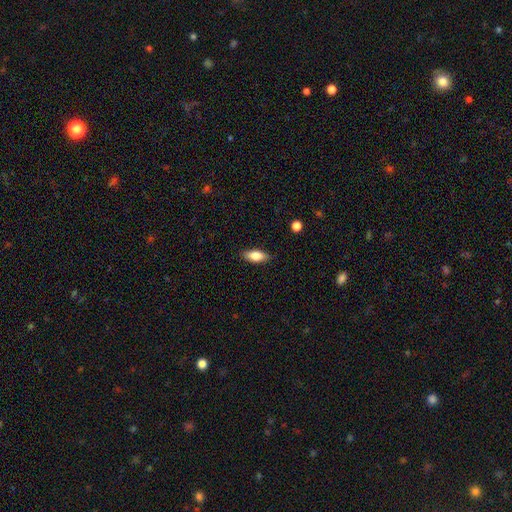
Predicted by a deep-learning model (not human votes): Smooth or featured? smooth (76%)
How rounded? in between (79%)
Merging? none (86%)